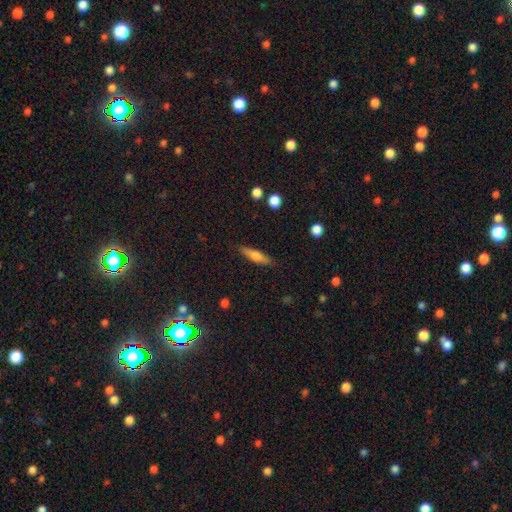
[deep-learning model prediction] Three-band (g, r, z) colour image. It shows a smooth galaxy with no disk features (61%) that is cigar-shaped (70%). Merging: none (85%).